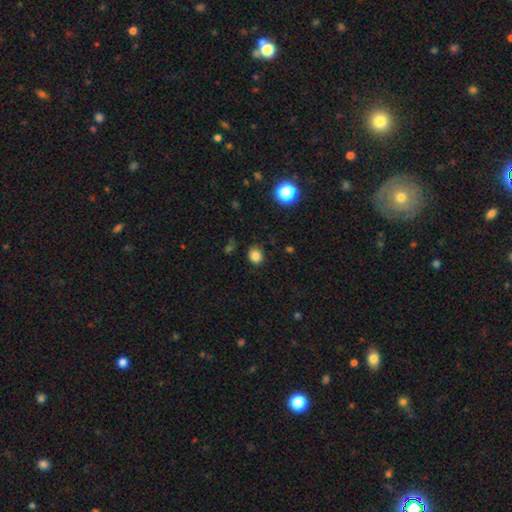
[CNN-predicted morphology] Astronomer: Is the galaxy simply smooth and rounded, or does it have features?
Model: smooth — 83%.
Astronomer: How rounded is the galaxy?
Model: round — 72%.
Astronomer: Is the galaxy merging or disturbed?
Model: none — 84%.